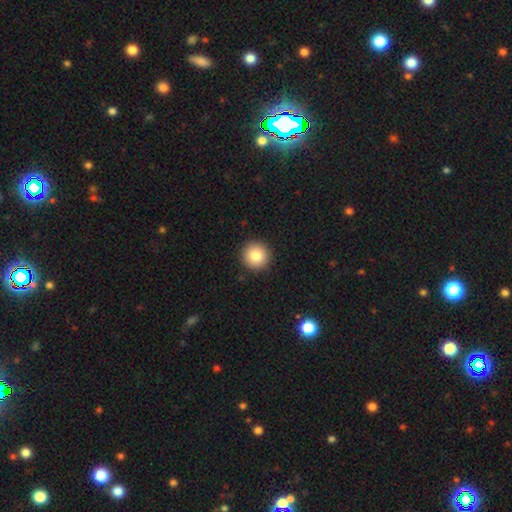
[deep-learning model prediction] The model was most divided on "smooth or featured": smooth: 83%, star or artifact: 9%, featured or disk: 7%. More confident: how rounded — round (95%); merging — none (93%).